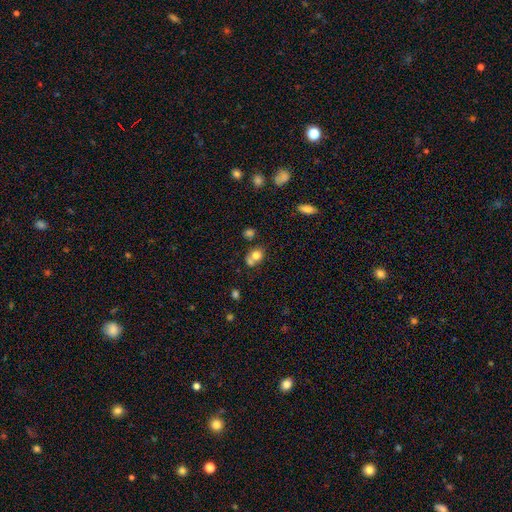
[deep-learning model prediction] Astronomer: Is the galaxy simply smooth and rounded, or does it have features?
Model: smooth — 75%.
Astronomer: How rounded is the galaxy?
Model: round — 70%.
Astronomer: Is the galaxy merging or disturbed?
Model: merger — 43% (runner-up: none, 40%).